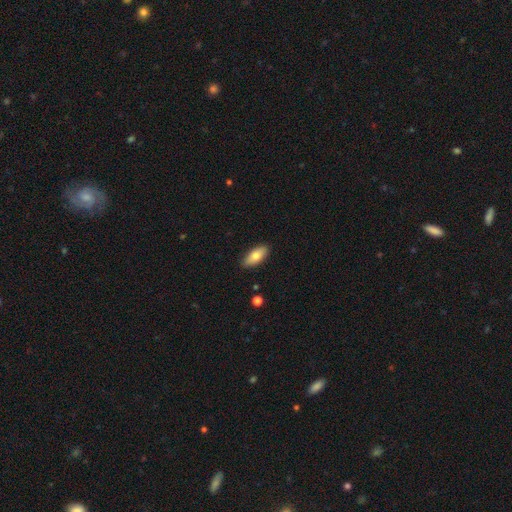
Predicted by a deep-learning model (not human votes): A smooth galaxy with no disk features (77%) that is in between round and cigar-shaped (84%). Merging: none (88%).